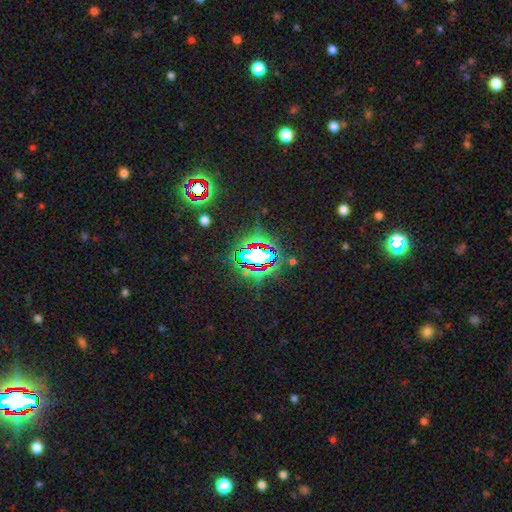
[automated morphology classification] Q: Smooth or featured?
A: star or artifact (71%); runner-up: smooth (17%)